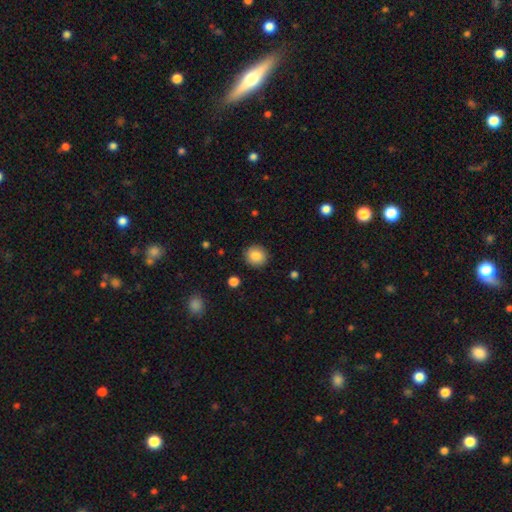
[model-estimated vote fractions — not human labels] The model was most divided on "smooth or featured": smooth: 86%, star or artifact: 9%, featured or disk: 5%. More confident: merging — none (90%); how rounded — round (90%).